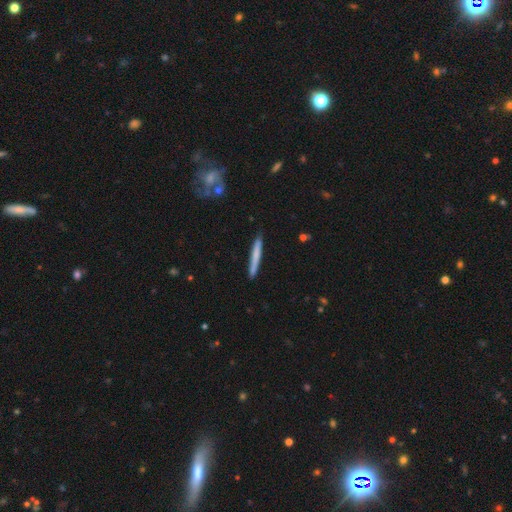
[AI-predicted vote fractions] Q: Smooth or featured?
A: smooth (65%); runner-up: featured or disk (29%)
Q: How rounded?
A: cigar-shaped (97%); runner-up: in between (2%)
Q: Merging?
A: none (89%); runner-up: minor disturbance (8%)